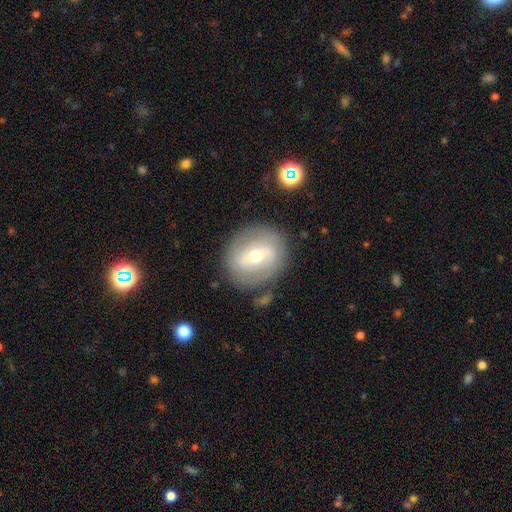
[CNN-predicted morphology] Q: Smooth or featured?
A: featured or disk (62%); runner-up: smooth (31%)
Q: Edge-on disk?
A: no (94%); runner-up: yes (6%)
Q: Bar?
A: weak (43%); runner-up: strong (34%)
Q: Spiral arms?
A: yes (57%); runner-up: no (43%)
Q: Bulge size?
A: moderate (61%); runner-up: small (33%)
Q: Merging?
A: none (81%); runner-up: minor disturbance (12%)